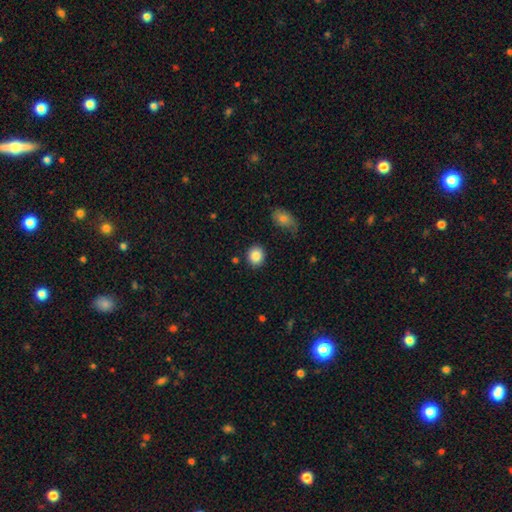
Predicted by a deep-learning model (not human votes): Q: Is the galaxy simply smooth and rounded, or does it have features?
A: smooth — 87%.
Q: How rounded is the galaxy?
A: round — 75%.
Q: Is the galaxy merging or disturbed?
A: none — 87%.